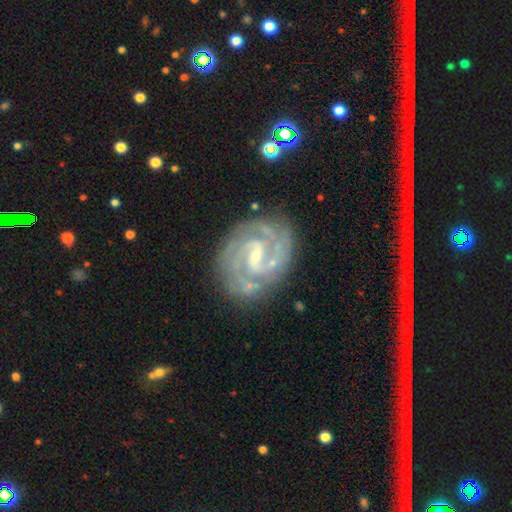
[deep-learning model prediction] Smooth or featured: featured or disk — 91% (star or artifact — 5%)
Edge-on disk: no — 98% (yes — 2%)
Bar: weak — 53% (strong — 32%)
Spiral arms: yes — 98% (no — 2%)
Spiral winding: tight — 58% (medium — 37%)
Spiral arm count: 2 — 66% (3 — 16%)
Bulge size: small — 63% (moderate — 28%)
Merging: none — 78% (minor disturbance — 15%)